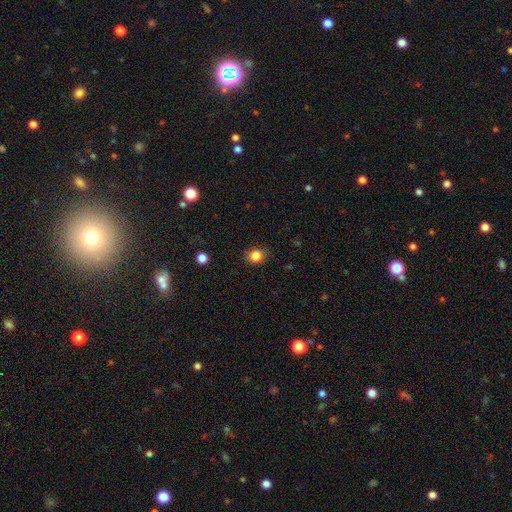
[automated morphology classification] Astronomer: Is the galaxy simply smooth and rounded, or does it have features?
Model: smooth — 84%.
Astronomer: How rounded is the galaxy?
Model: round — 66%.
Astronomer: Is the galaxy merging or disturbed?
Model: none — 84%.